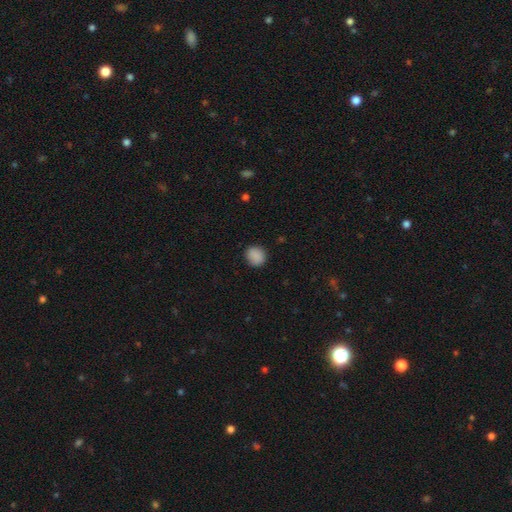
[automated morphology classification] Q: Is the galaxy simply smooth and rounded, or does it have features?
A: smooth — 88%.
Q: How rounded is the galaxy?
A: round — 80%.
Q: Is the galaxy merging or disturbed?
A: none — 87%.